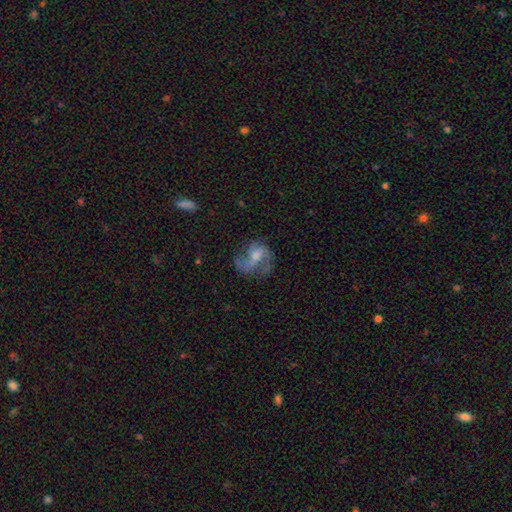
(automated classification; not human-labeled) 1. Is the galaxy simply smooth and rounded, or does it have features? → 71% featured or disk, 18% smooth, 10% star or artifact.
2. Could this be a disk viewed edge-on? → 97% no, 3% yes.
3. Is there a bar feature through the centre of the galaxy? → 48% no, 40% weak, 12% strong.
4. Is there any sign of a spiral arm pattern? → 85% yes, 15% no.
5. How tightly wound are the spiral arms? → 45% loose, 43% medium, 12% tight.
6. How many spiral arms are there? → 51% 2, 21% 3, 15% can't tell, 7% 1, 4% 4, 3% more than 4.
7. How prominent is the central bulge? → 46% moderate, 40% small, 8% none, 5% large, 1% dominant.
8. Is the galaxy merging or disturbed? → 53% none, 23% major disturbance, 21% minor disturbance, 3% merger.